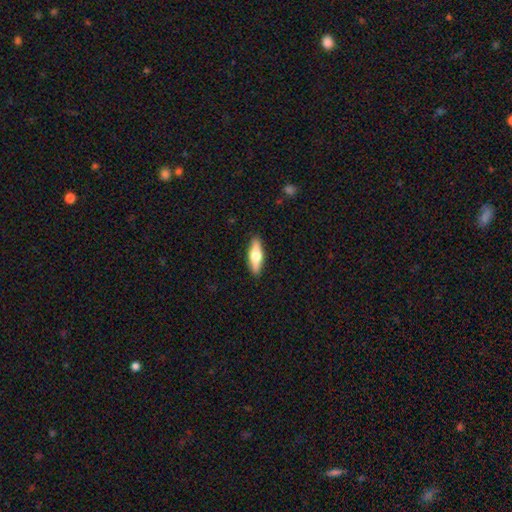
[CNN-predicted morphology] Overall: smooth (53%; featured or disk 42%). How rounded: cigar-shaped (52%; in between 46%). Merging: none (90%).